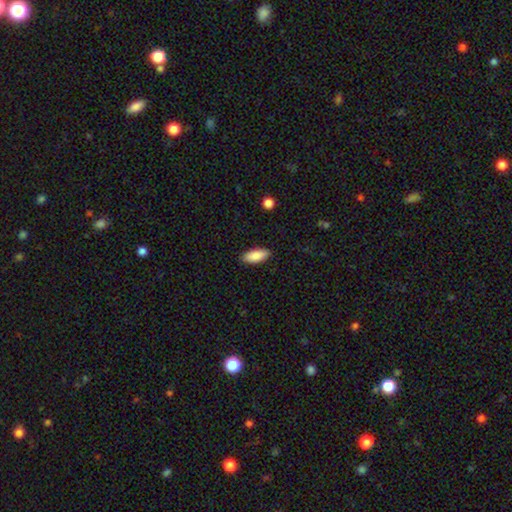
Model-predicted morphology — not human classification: type=smooth (88%); roundness=in between (85%); merging=none (89%).